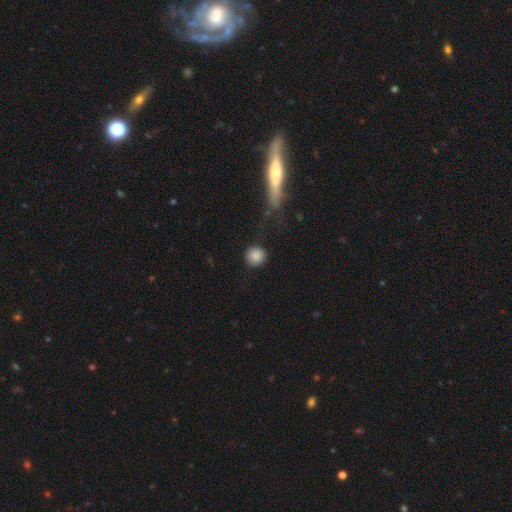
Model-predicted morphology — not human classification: This appears to be a smooth galaxy with no disk features (86%) that is round (92%). Merging: none (88%).